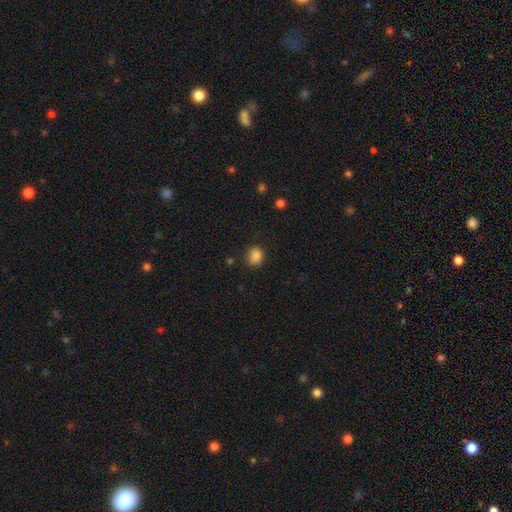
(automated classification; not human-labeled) smooth 85%, star or artifact 10%, featured or disk 5%. Down the decision tree: how rounded — round (58%); merging — none (76%).